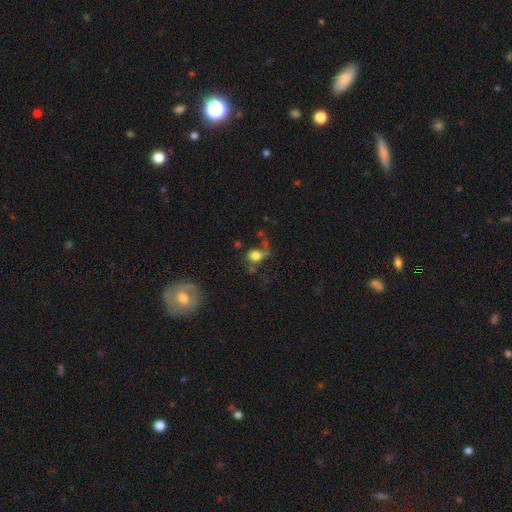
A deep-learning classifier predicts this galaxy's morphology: Smooth or featured: smooth — 59% (featured or disk — 29%)
How rounded: round — 59% (in between — 39%)
Merging: major disturbance — 40% (none — 31%)